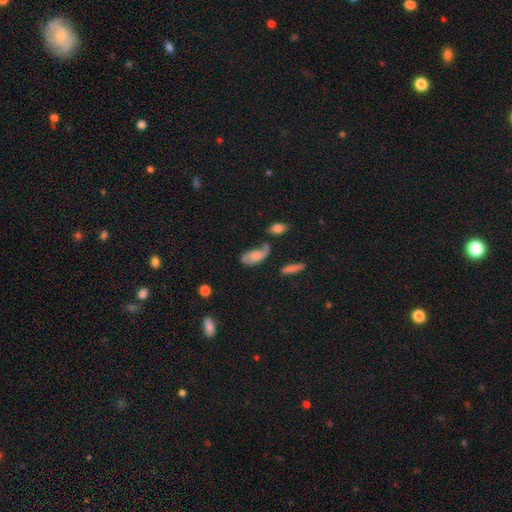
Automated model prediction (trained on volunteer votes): Overall: smooth (57%; featured or disk 34%). How rounded: in between (88%). Merging: none (35%; minor disturbance 29%).